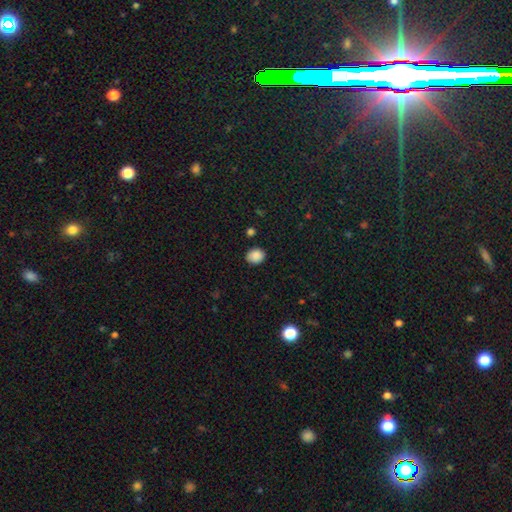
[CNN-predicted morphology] This is clearly a smooth galaxy (88%). How rounded: likely round (65%). Merging: clearly none (86%).